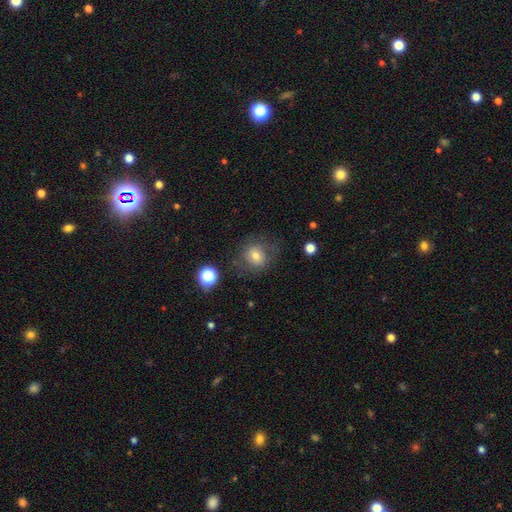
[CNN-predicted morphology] Smooth or featured?
  - smooth: 67% *
  - featured or disk: 21%
  - star or artifact: 12%
How rounded?
  - round: 73% *
  - in between: 26%
  - cigar-shaped: 1%
Merging?
  - none: 68% *
  - minor disturbance: 18%
  - major disturbance: 12%
  - merger: 2%